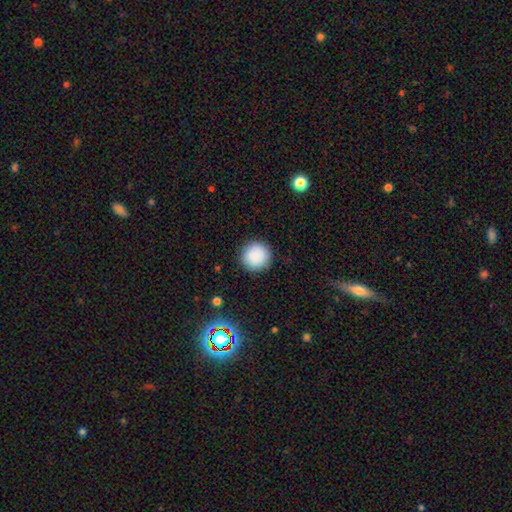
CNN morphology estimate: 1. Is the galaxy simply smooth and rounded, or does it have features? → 88% smooth, 9% star or artifact, 3% featured or disk.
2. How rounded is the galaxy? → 96% round, 3% in between, 1% cigar-shaped.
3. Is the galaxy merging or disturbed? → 91% none, 6% minor disturbance, 2% major disturbance, 1% merger.